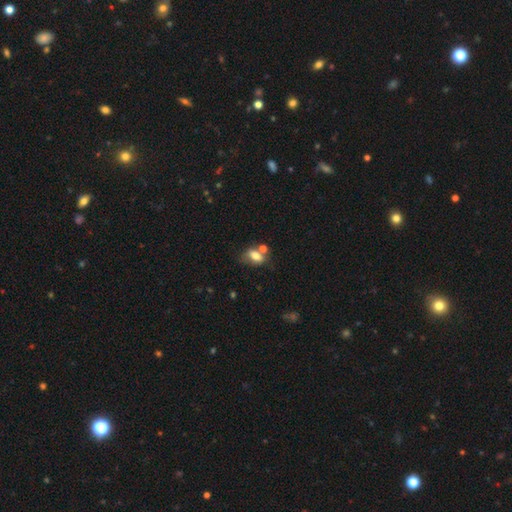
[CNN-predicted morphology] A smooth galaxy with no disk features (71%) that is in between round and cigar-shaped (81%).

Vote fractions:
- Smooth or featured? smooth: 71% / featured or disk: 19% / star or artifact: 10%
- How rounded? in between: 81% / round: 15% / cigar-shaped: 4%
- Merging? none: 44% / merger: 30% / minor disturbance: 18% / major disturbance: 8%